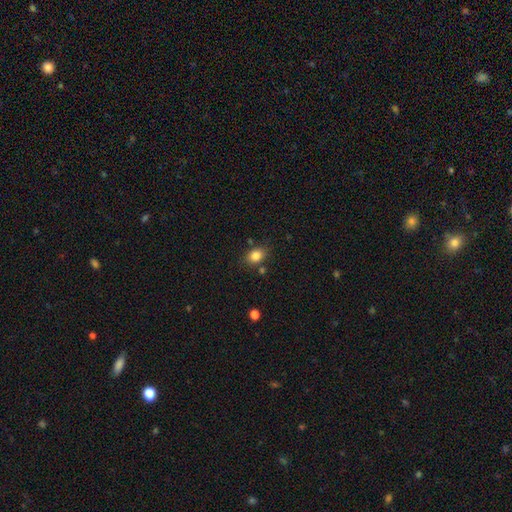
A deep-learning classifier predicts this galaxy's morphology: smooth 83%, star or artifact 10%, featured or disk 7%. Down the decision tree: how rounded — in between (65%); merging — none (76%).